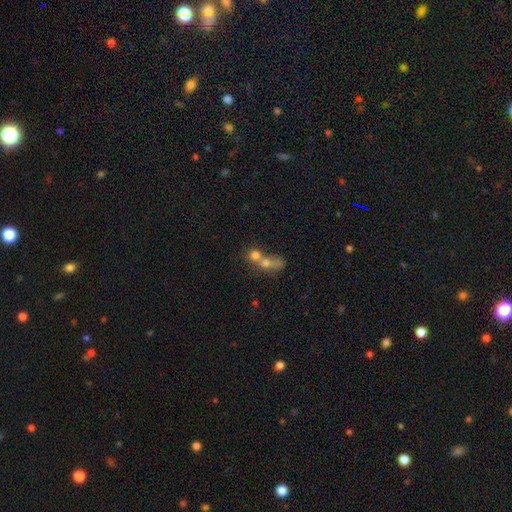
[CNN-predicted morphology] smooth-or-featured: smooth: 66% | featured or disk: 21% | star or artifact: 13%
  how-rounded: round: 69% | in between: 28% | cigar-shaped: 3%
  merging: merger: 71% | none: 19% | major disturbance: 5% | minor disturbance: 5%